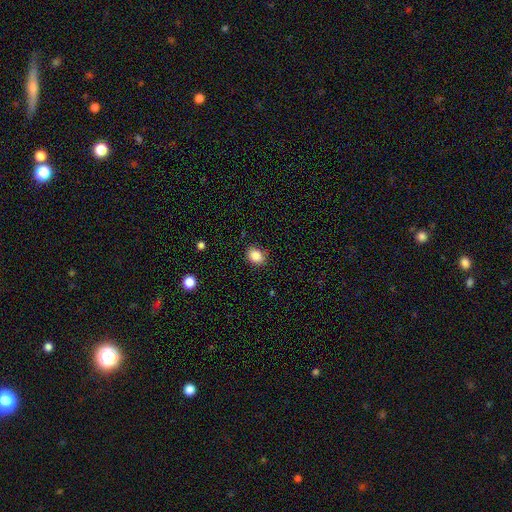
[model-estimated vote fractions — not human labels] smooth 86%, star or artifact 9%, featured or disk 4%. Down the decision tree: how rounded — in between (53%); merging — none (83%).